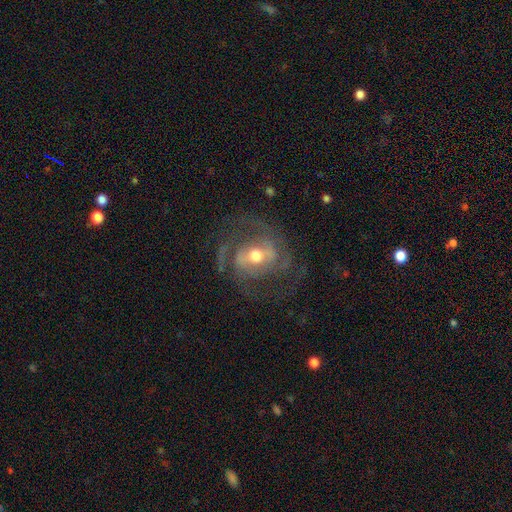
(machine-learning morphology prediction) This is clearly a featured or disk galaxy (87%). It is clearly not viewed edge-on (97%). Bar: marginally weak (42%). Spiral arm pattern: clearly yes (94%). Spiral arm count: marginally 2 (44%). Spiral winding: possibly medium (49%). Central bulge: likely moderate (69%). Merging: likely none (66%).